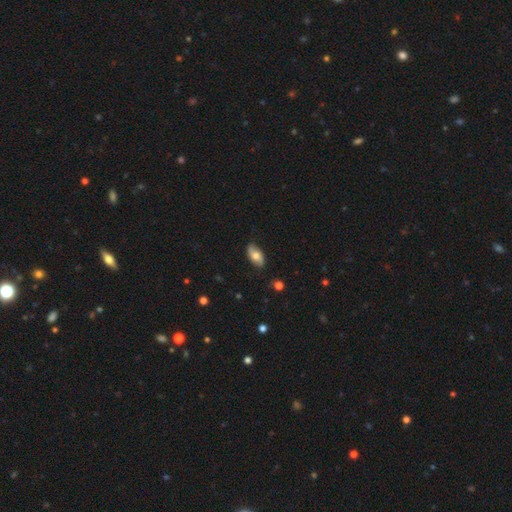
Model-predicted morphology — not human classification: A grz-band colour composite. It shows a smooth galaxy with no disk features (59%) that is in between round and cigar-shaped (91%). Merging: none (79%).